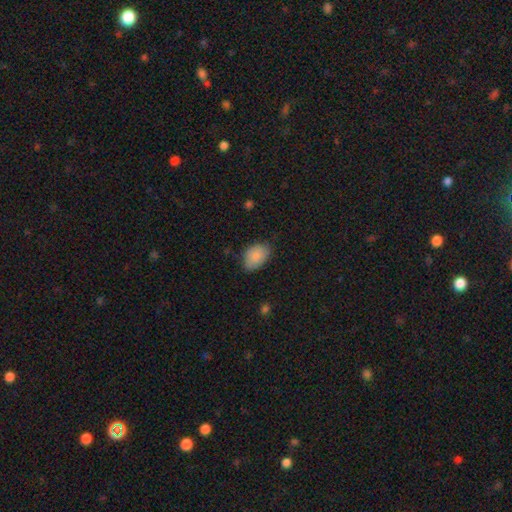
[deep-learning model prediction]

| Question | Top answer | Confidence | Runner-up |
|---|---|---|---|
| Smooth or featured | smooth | 87% | star or artifact (7%) |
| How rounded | in between | 87% | round (12%) |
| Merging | none | 73% | minor disturbance (22%) |